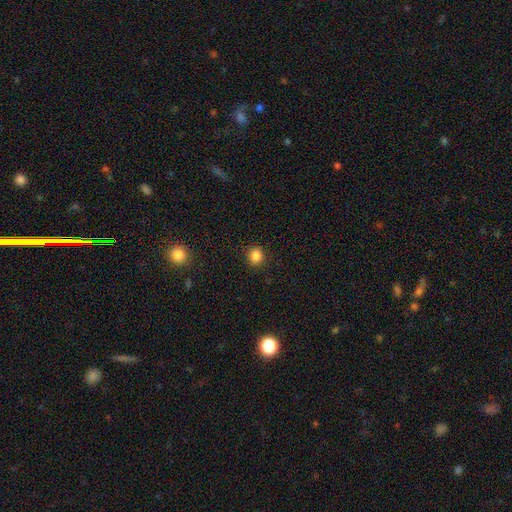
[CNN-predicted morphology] A smooth galaxy with no disk features (85%) that is round (78%).

Vote fractions:
- Smooth or featured? smooth: 85% / star or artifact: 11% / featured or disk: 4%
- How rounded? round: 78% / in between: 21% / cigar-shaped: 1%
- Merging? none: 89% / minor disturbance: 7% / major disturbance: 2% / merger: 1%